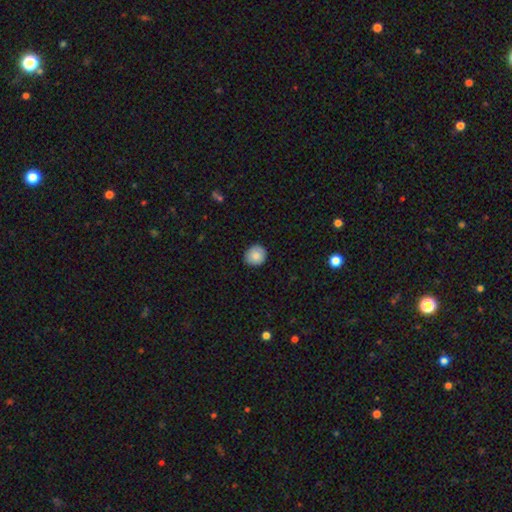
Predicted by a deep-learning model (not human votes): A smooth galaxy with no disk features (82%) that is round (88%).

Vote fractions:
- Smooth or featured? smooth: 82% / featured or disk: 10% / star or artifact: 8%
- How rounded? round: 88% / in between: 11% / cigar-shaped: 1%
- Merging? none: 87% / minor disturbance: 10% / major disturbance: 2% / merger: 1%